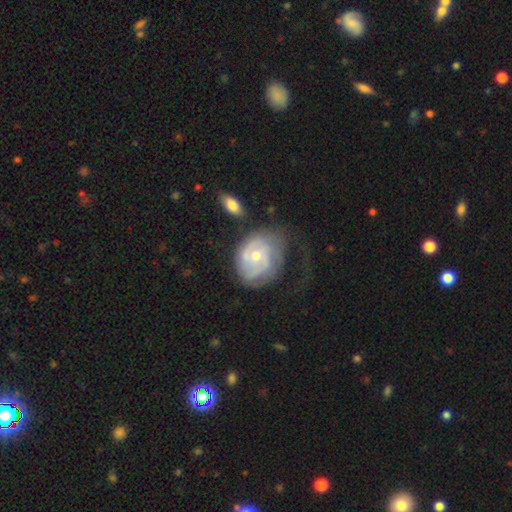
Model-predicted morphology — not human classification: smooth_or_featured: featured or disk (p=0.68) [alt: smooth p=0.26]
disk_edge_on: no (p=0.96) [alt: yes p=0.04]
bar: no (p=0.70) [alt: weak p=0.26]
has_spiral_arms: yes (p=0.79) [alt: no p=0.21]
spiral_winding: tight (p=0.51) [alt: medium p=0.31]
spiral_arm_count: can't tell (p=0.41) [alt: 2 p=0.32]
bulge_size: small (p=0.51) [alt: moderate p=0.46]
merging: none (p=0.38) [alt: major disturbance p=0.31]